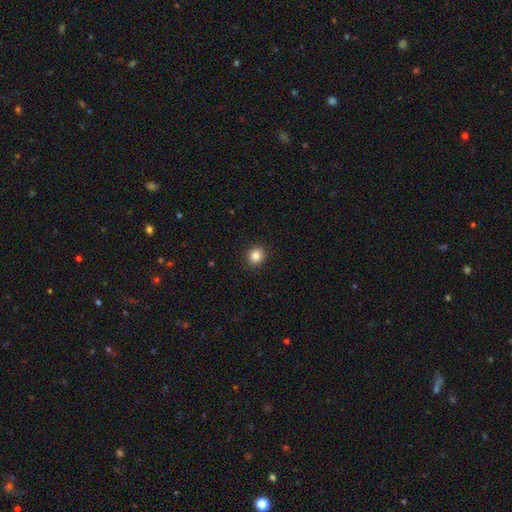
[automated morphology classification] Smooth or featured? smooth (85%)
How rounded? round (81%)
Merging? none (91%)